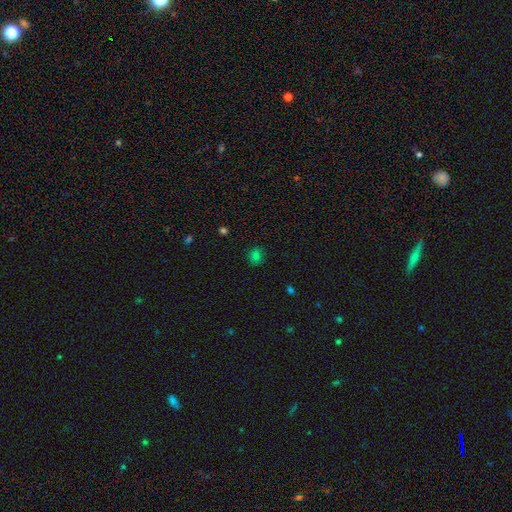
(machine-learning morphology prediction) A smooth galaxy with no disk features (78%) that is round (66%). Merging: none (85%).